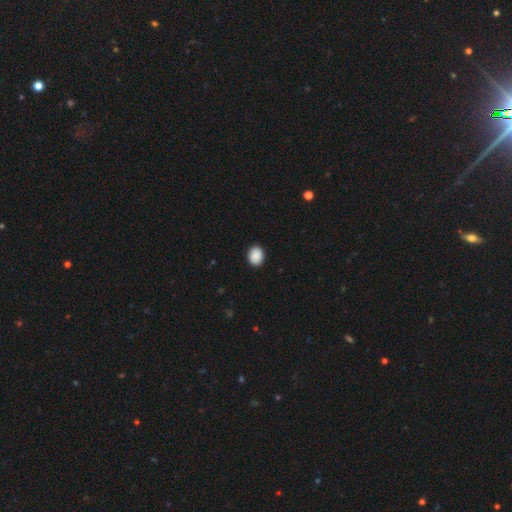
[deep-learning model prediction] Overall: smooth (90%). How rounded: in between (53%; round 46%). Merging: none (90%).